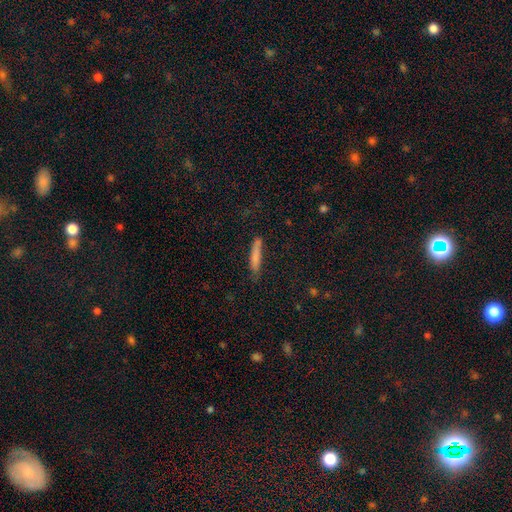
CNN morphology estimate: Q: Smooth or featured?
A: smooth (79%); runner-up: featured or disk (15%)
Q: How rounded?
A: cigar-shaped (90%); runner-up: in between (8%)
Q: Merging?
A: none (76%); runner-up: minor disturbance (17%)